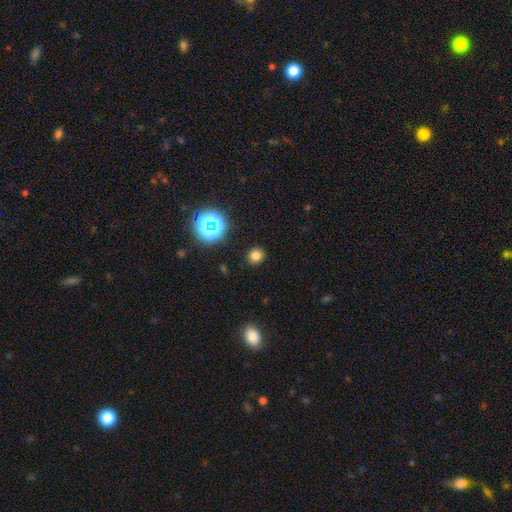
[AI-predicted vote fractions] Overall: smooth (75%). How rounded: round (82%). Merging: none (90%).